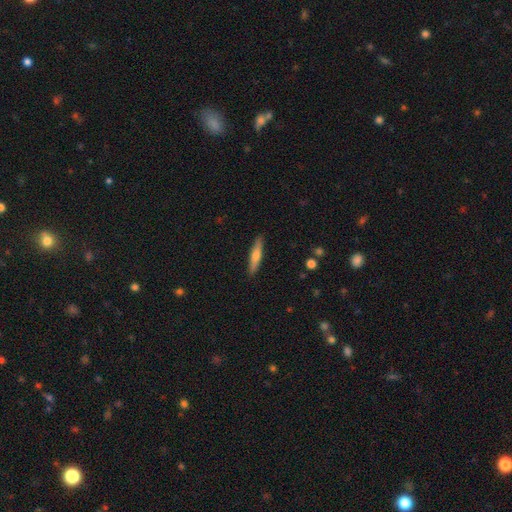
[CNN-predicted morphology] Smooth or featured? Predicted: smooth (p=0.56). How rounded? Predicted: cigar-shaped (p=0.87). Merging? Predicted: none (p=0.90).